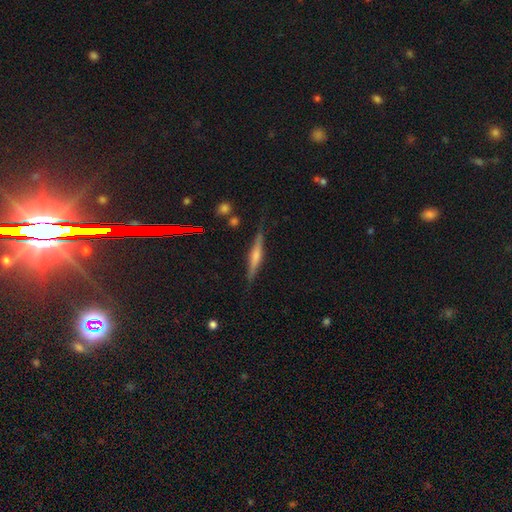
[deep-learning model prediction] Smooth or featured? Predicted: featured or disk (p=0.65). Edge-on disk? Predicted: yes (p=0.97). Edge-on bulge? Predicted: rounded (p=0.69). Merging? Predicted: none (p=0.86).